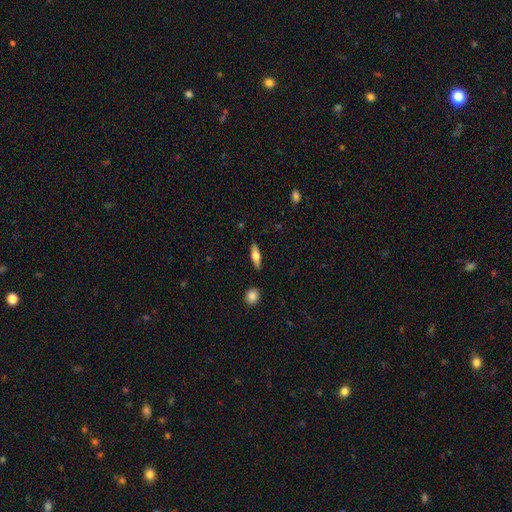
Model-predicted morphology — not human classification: A smooth galaxy with no disk features (61%) that is in between round and cigar-shaped (50%).

Vote fractions:
- Smooth or featured? smooth: 61% / featured or disk: 32% / star or artifact: 6%
- How rounded? in between: 50% / cigar-shaped: 47% / round: 3%
- Merging? none: 88% / minor disturbance: 8% / major disturbance: 2% / merger: 2%